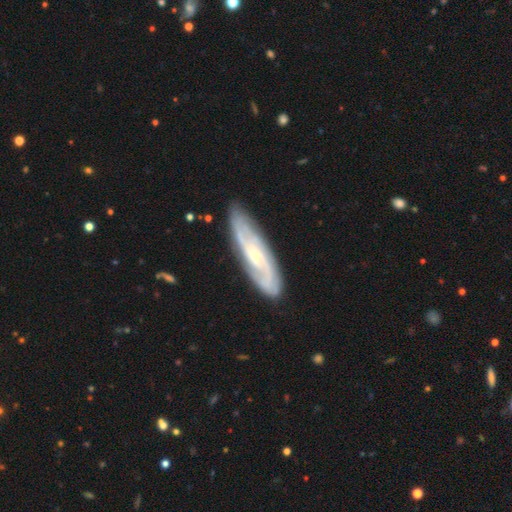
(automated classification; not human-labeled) A featured or disk galaxy (78%) with no bar (59%), 2 (46%) tight (44%) spiral arms (94%) and a small central bulge (65%).

Vote fractions:
- Smooth or featured? featured or disk: 78% / smooth: 17% / star or artifact: 6%
- Edge-on disk? no: 78% / yes: 22%
- Bar? no: 59% / weak: 33% / strong: 8%
- Spiral arms? yes: 94% / no: 6%
- Spiral winding? tight: 44% / medium: 40% / loose: 16%
- Spiral arm count? 2: 46% / can't tell: 30% / 3: 13% / 4: 5% / 1: 3% / more than 4: 3%
- Bulge size? small: 65% / moderate: 30% / none: 3% / large: 2% / dominant: 1%
- Merging? none: 83% / minor disturbance: 13% / major disturbance: 3% / merger: 1%